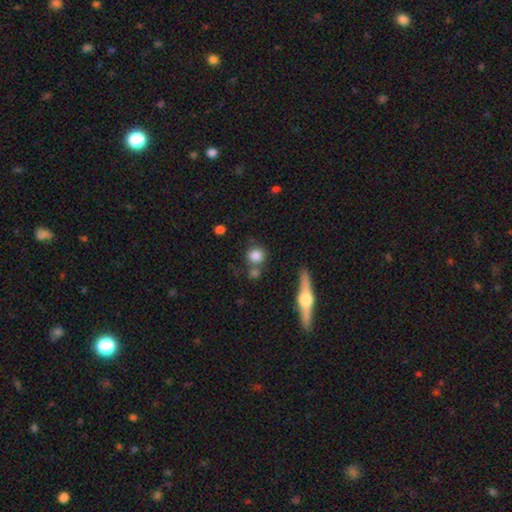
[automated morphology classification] A smooth galaxy with no disk features (81%) that is round (86%).

Vote fractions:
- Smooth or featured? smooth: 81% / featured or disk: 10% / star or artifact: 9%
- How rounded? round: 86% / in between: 12% / cigar-shaped: 2%
- Merging? none: 61% / merger: 20% / minor disturbance: 13% / major disturbance: 6%